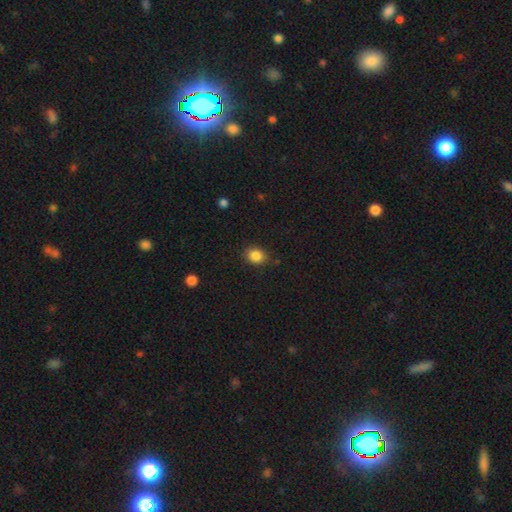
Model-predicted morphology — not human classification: A smooth galaxy with no disk features (85%) that is round (57%). Merging: none (83%).